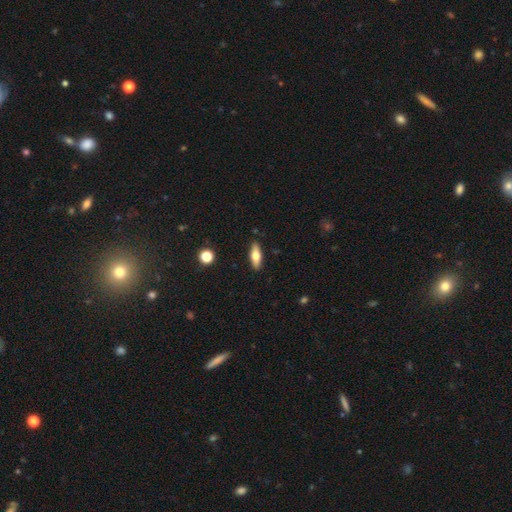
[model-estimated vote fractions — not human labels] Overall: smooth (63%; featured or disk 30%). How rounded: in between (59%; cigar-shaped 38%). Merging: none (88%).